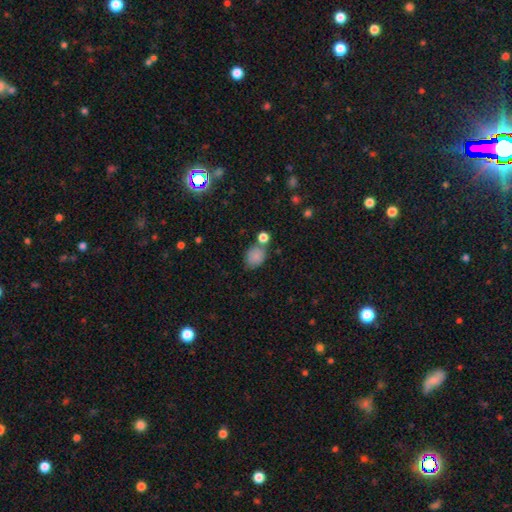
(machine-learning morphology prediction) smooth-or-featured: smooth: 84% | star or artifact: 11% | featured or disk: 5%
  how-rounded: in between: 50% | round: 49% | cigar-shaped: 1%
  merging: none: 59% | merger: 21% | minor disturbance: 15% | major disturbance: 5%